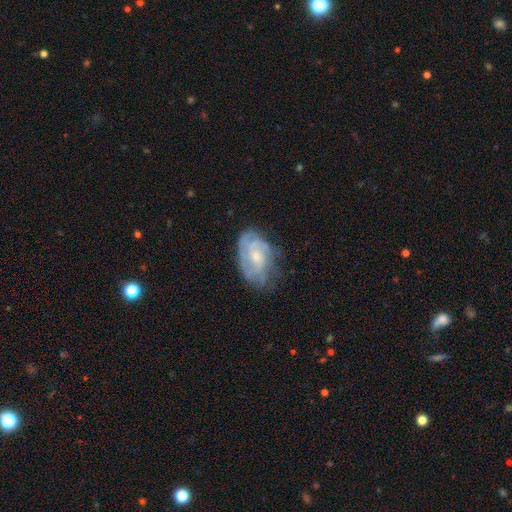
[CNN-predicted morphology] The model was most divided on "spiral arm count": can't tell: 39%, 2: 23%, 3: 20%, 4: 9%, 1: 5%, more than 4: 4%. More confident: edge-on disk — no (96%); spiral arms — yes (90%); smooth or featured — featured or disk (76%); bar — no (68%); merging — none (65%); spiral winding — tight (60%); bulge size — small (57%).